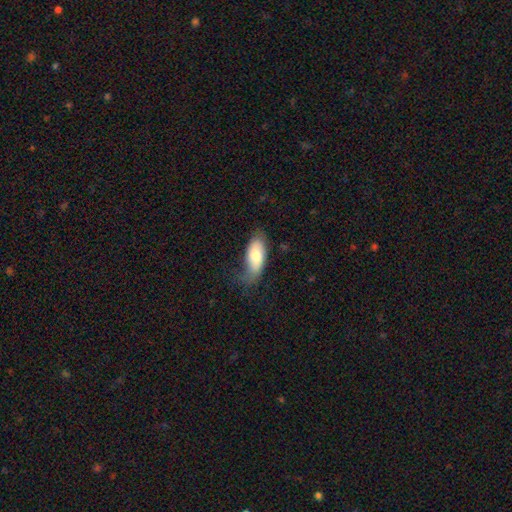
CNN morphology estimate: Q: Smooth or featured?
A: smooth (75%); runner-up: featured or disk (19%)
Q: How rounded?
A: in between (88%); runner-up: cigar-shaped (10%)
Q: Merging?
A: none (45%); runner-up: minor disturbance (36%)